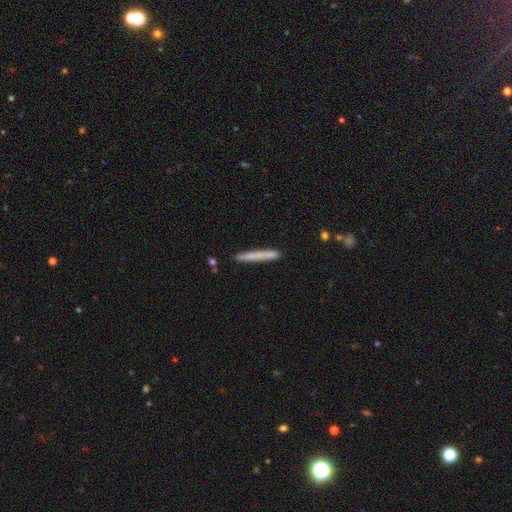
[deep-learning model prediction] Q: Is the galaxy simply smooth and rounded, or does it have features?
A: smooth — 70%.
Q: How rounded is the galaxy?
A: cigar-shaped — 96%.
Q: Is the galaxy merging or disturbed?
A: none — 85%.